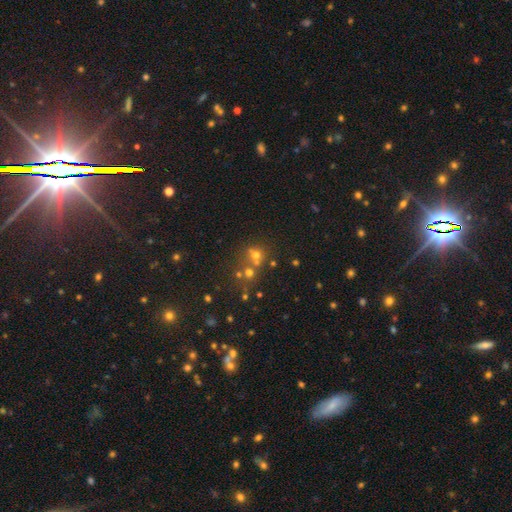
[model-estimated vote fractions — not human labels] This appears to be a smooth galaxy with no disk features (54%) that is round (80%). Merging: none (46%).